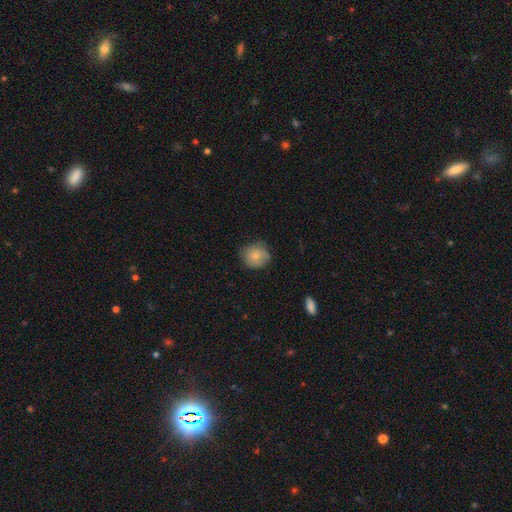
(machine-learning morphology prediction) Smooth or featured?
  - smooth: 77% *
  - featured or disk: 16%
  - star or artifact: 7%
How rounded?
  - round: 84% *
  - in between: 15%
  - cigar-shaped: 1%
Merging?
  - none: 70% *
  - minor disturbance: 23%
  - major disturbance: 5%
  - merger: 1%